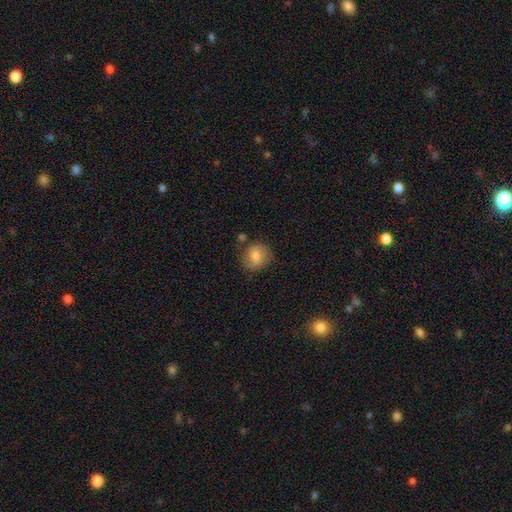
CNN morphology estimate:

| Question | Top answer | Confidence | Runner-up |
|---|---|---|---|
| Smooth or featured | smooth | 73% | featured or disk (18%) |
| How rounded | round | 76% | in between (23%) |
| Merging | none | 68% | minor disturbance (20%) |